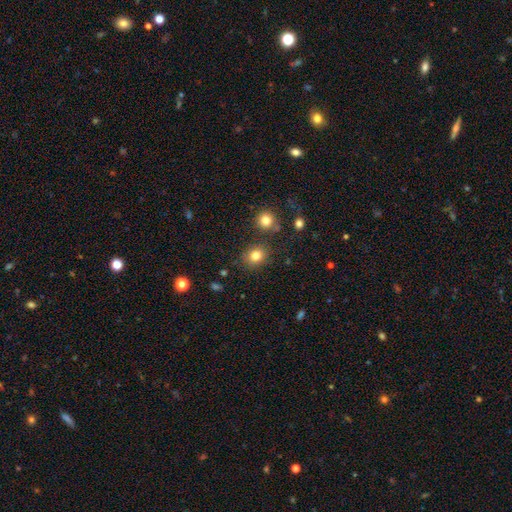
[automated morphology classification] Overall: smooth (82%). How rounded: round (66%; in between 33%). Merging: none (83%).